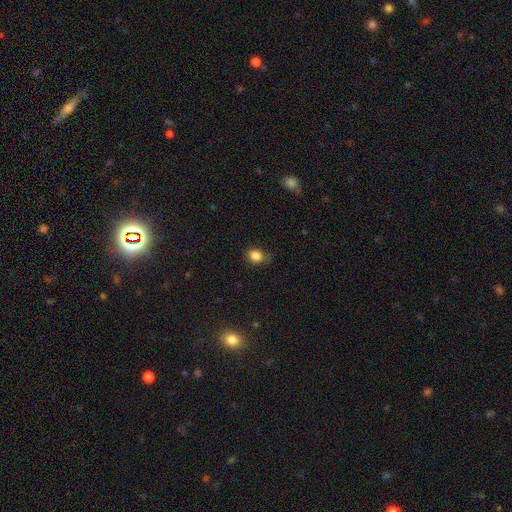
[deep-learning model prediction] Smooth or featured? smooth (84%)
How rounded? round (51%)
Merging? none (72%)